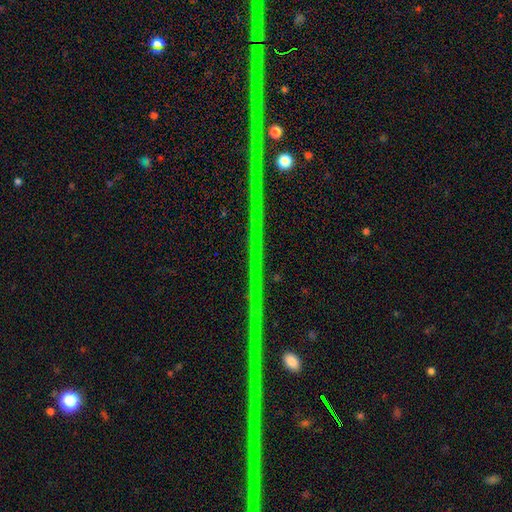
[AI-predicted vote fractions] A star or artifact, not a galaxy (81%).